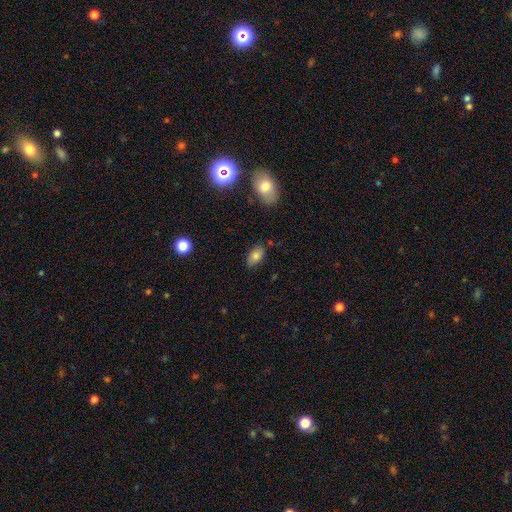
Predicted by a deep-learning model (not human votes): Q: Smooth or featured?
A: smooth (79%); runner-up: featured or disk (11%)
Q: How rounded?
A: in between (90%); runner-up: round (8%)
Q: Merging?
A: none (79%); runner-up: minor disturbance (16%)